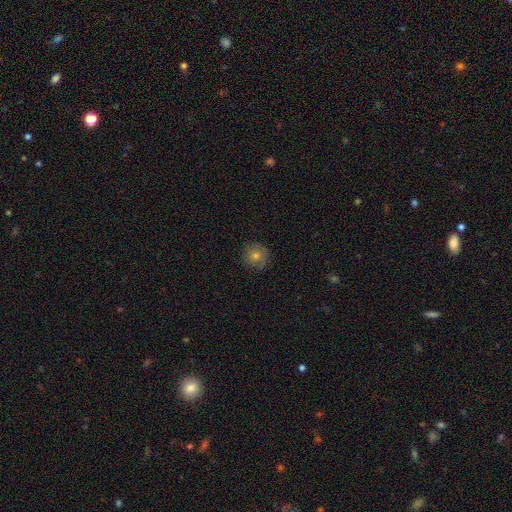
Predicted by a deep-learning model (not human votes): The model was most divided on "smooth or featured": smooth: 65%, featured or disk: 21%, star or artifact: 14%. More confident: how rounded — round (93%); merging — none (84%).